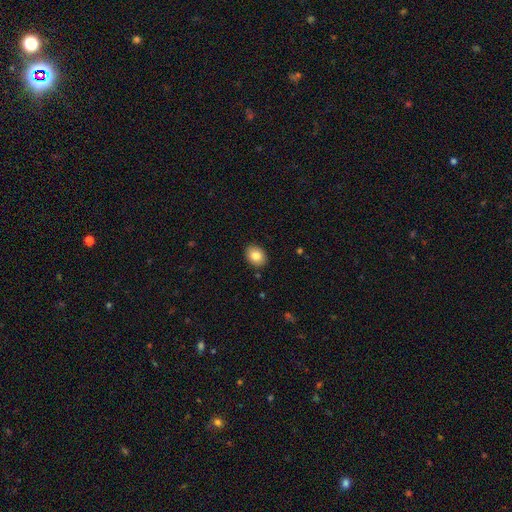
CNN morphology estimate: smooth 84%, star or artifact 8%, featured or disk 8%. Down the decision tree: how rounded — in between (60%); merging — none (89%).